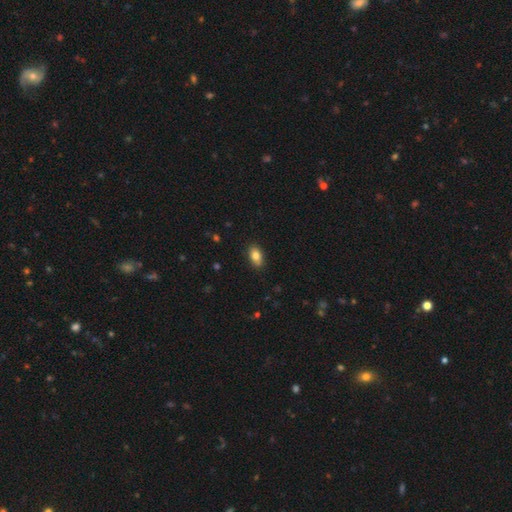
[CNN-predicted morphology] A smooth galaxy with no disk features (84%) that is in between round and cigar-shaped (90%). Merging: none (87%).